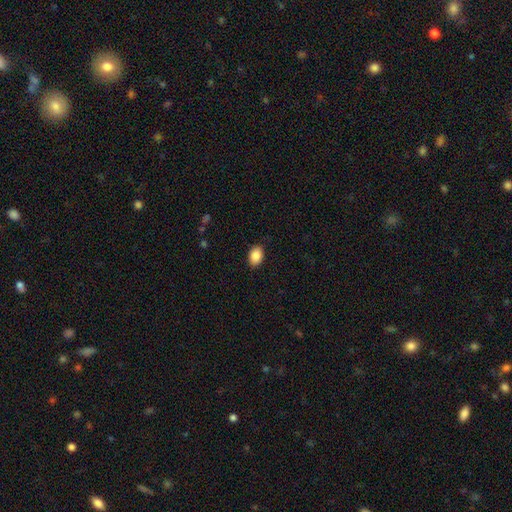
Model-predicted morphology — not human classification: type=smooth (88%); roundness=in between (81%); merging=none (88%).